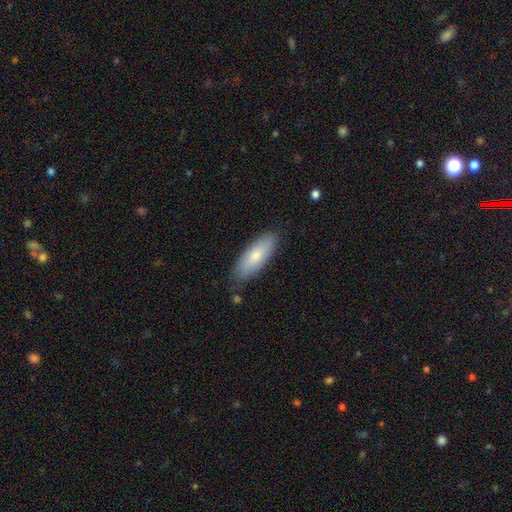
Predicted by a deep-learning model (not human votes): Overall: smooth (76%). How rounded: in between (67%; cigar-shaped 31%). Merging: none (79%).